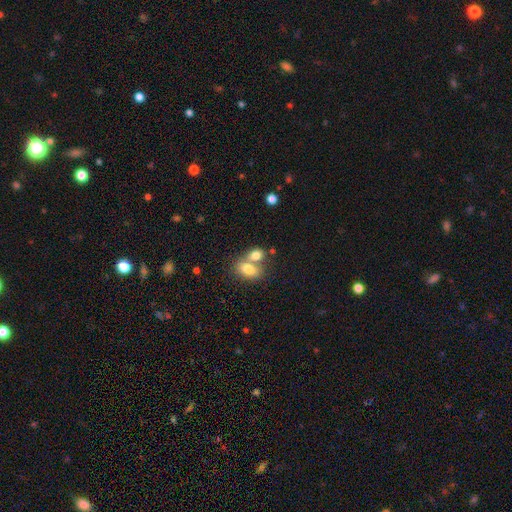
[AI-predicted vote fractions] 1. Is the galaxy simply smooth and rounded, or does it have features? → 79% smooth, 12% featured or disk, 8% star or artifact.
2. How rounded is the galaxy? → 77% in between, 21% round, 2% cigar-shaped.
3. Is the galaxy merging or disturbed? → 60% merger, 29% none, 8% minor disturbance, 4% major disturbance.